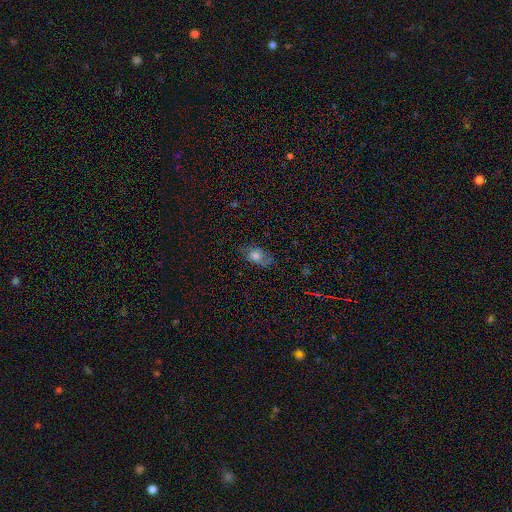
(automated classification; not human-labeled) A smooth galaxy with no disk features (63%) that is in between round and cigar-shaped (80%). Merging: none (68%).